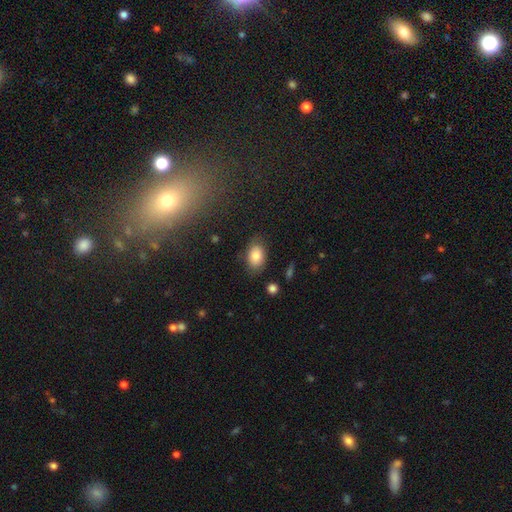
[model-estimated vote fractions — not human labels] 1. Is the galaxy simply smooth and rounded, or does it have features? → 82% smooth, 10% featured or disk, 8% star or artifact.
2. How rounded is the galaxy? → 87% in between, 12% round, 1% cigar-shaped.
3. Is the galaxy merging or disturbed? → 78% none, 16% minor disturbance, 4% major disturbance, 2% merger.